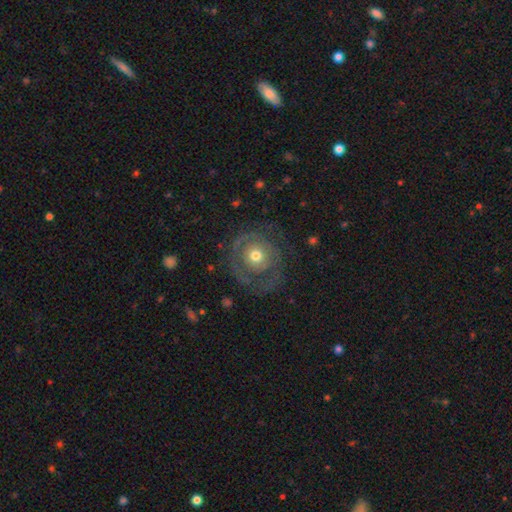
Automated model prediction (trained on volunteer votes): Morphology: type=featured or disk (59%); edge-on=no (97%); bar=no (86%); spiral arms=yes (52%); bulge=moderate (64%); merging=none (61%).